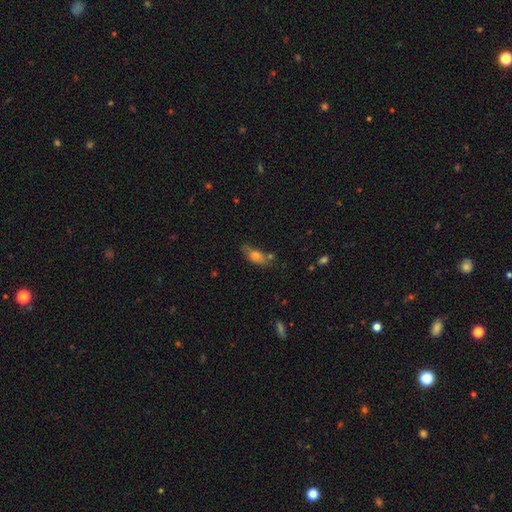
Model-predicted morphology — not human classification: type=smooth (66%); roundness=in between (76%); merging=none (51%).